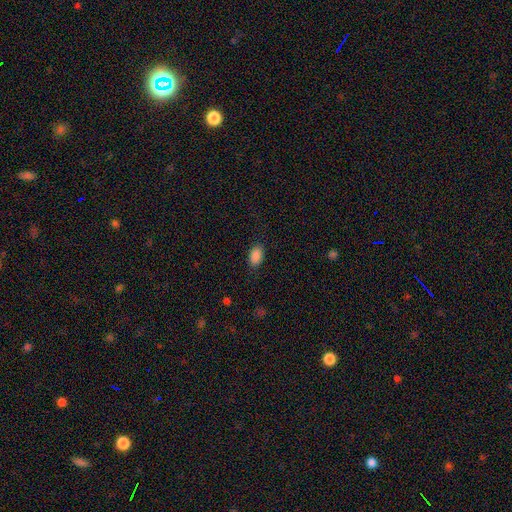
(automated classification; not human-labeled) Smooth or featured?
  - smooth: 88% *
  - star or artifact: 8%
  - featured or disk: 3%
How rounded?
  - in between: 91% *
  - round: 7%
  - cigar-shaped: 2%
Merging?
  - none: 86% *
  - minor disturbance: 10%
  - major disturbance: 3%
  - merger: 1%